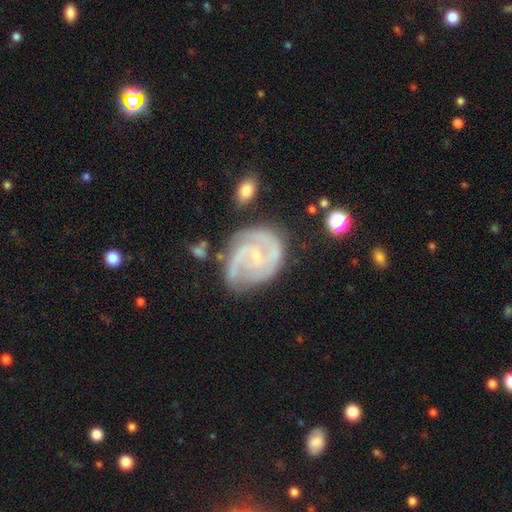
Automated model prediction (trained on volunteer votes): Q: Smooth or featured?
A: featured or disk (86%); runner-up: smooth (9%)
Q: Edge-on disk?
A: no (98%); runner-up: yes (2%)
Q: Bar?
A: no (47%); runner-up: weak (44%)
Q: Spiral arms?
A: yes (96%); runner-up: no (4%)
Q: Spiral winding?
A: medium (45%); runner-up: tight (43%)
Q: Spiral arm count?
A: 2 (59%); runner-up: 3 (16%)
Q: Bulge size?
A: small (75%); runner-up: moderate (14%)
Q: Merging?
A: none (62%); runner-up: minor disturbance (23%)